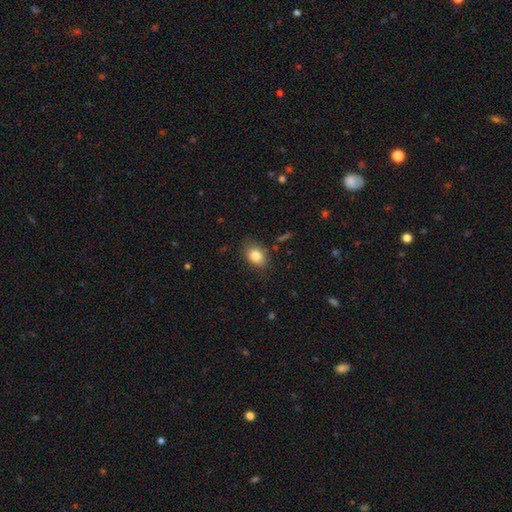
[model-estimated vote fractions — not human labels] The model was most divided on "how rounded": in between: 71%, round: 27%, cigar-shaped: 1%. More confident: smooth or featured — smooth (82%); merging — none (81%).